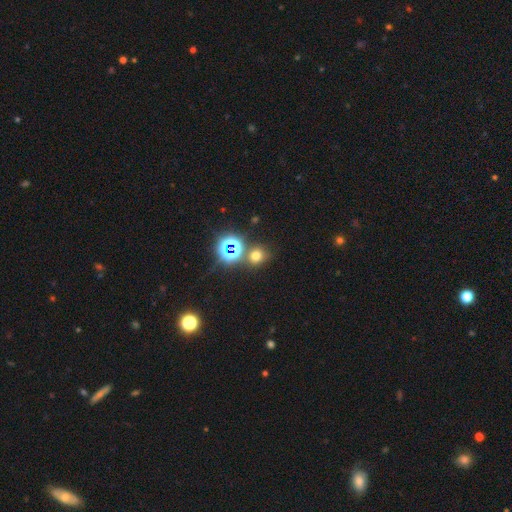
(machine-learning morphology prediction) smooth 59%, star or artifact 34%, featured or disk 7%. Down the decision tree: how rounded — round (78%); merging — none (75%).